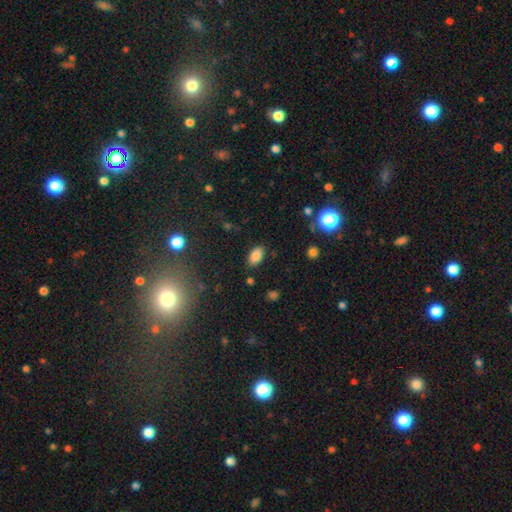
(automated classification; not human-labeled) A smooth galaxy with no disk features (84%) that is in between round and cigar-shaped (92%). Merging: none (85%).